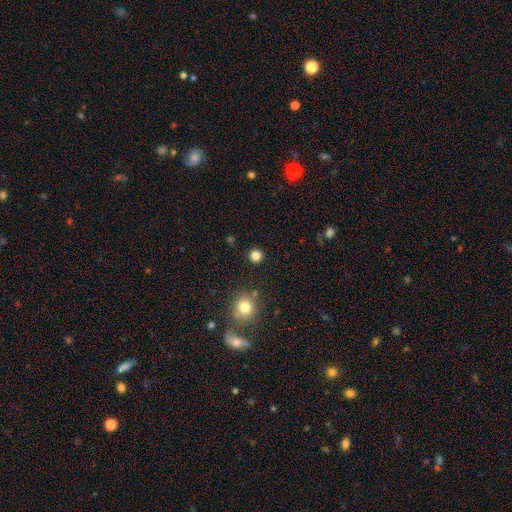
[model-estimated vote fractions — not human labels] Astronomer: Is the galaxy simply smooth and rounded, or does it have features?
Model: smooth — 83%.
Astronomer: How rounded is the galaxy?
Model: round — 94%.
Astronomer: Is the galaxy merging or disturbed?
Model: none — 90%.